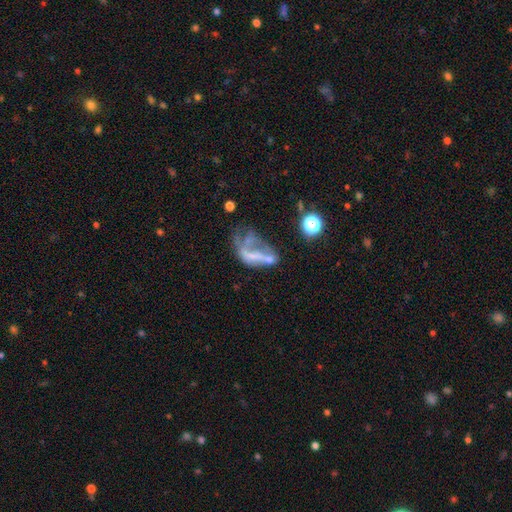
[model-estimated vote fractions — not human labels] smooth_or_featured: featured or disk (p=0.55) [alt: smooth p=0.26]
disk_edge_on: no (p=0.94) [alt: yes p=0.06]
bar: no (p=0.73) [alt: weak p=0.14]
has_spiral_arms: no (p=0.83) [alt: yes p=0.17]
bulge_size: none (p=0.68) [alt: small p=0.17]
merging: major disturbance (p=0.43) [alt: merger p=0.22]